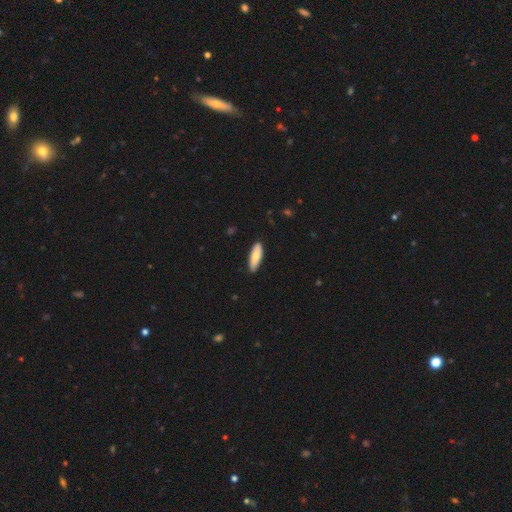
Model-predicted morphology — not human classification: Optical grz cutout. It shows a smooth galaxy with no disk features (80%) that is in between round and cigar-shaped (57%). Merging: none (86%).